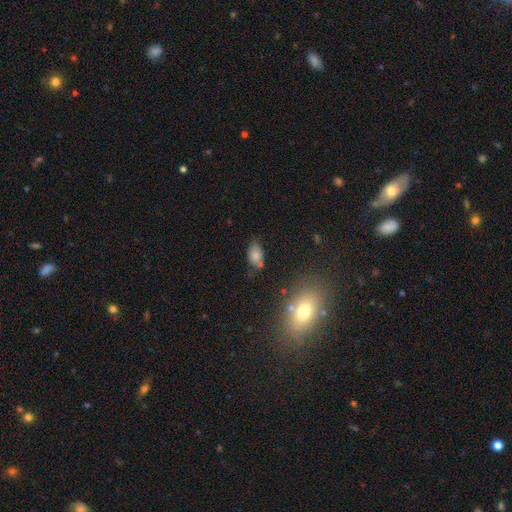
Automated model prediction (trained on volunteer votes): Smooth or featured? smooth (74%)
How rounded? in between (89%)
Merging? none (65%)